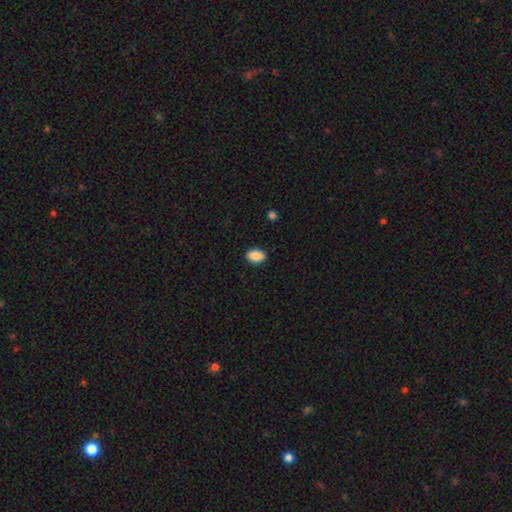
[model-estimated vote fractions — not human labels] This is clearly a smooth galaxy (89%). How rounded: clearly in between (86%). Merging: clearly none (89%).